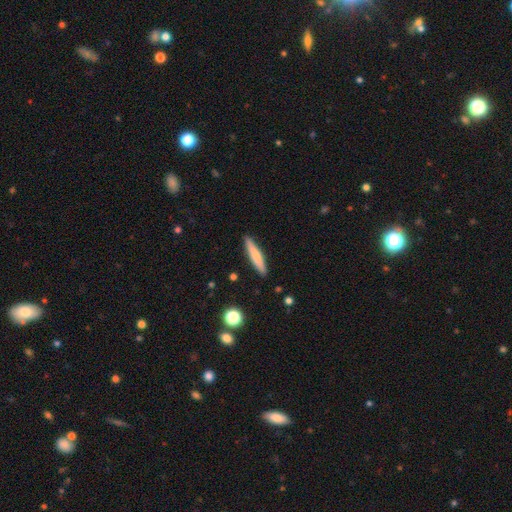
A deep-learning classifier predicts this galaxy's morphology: This appears to be a smooth galaxy with no disk features (71%) that is cigar-shaped (89%). Merging: none (90%).